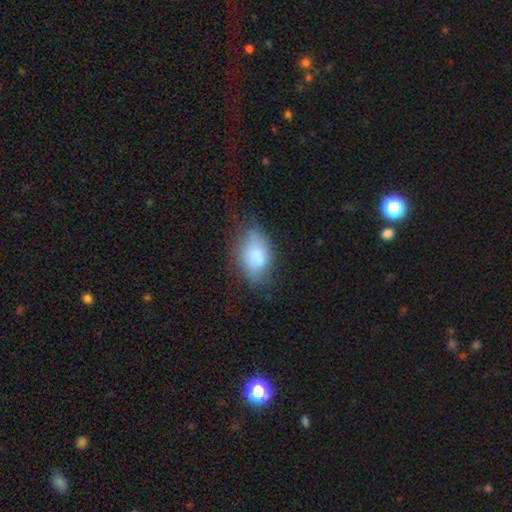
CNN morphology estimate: Smooth or featured?
  - smooth: 76% *
  - featured or disk: 15%
  - star or artifact: 9%
How rounded?
  - in between: 87% *
  - round: 11%
  - cigar-shaped: 2%
Merging?
  - none: 54% *
  - minor disturbance: 31%
  - major disturbance: 12%
  - merger: 3%